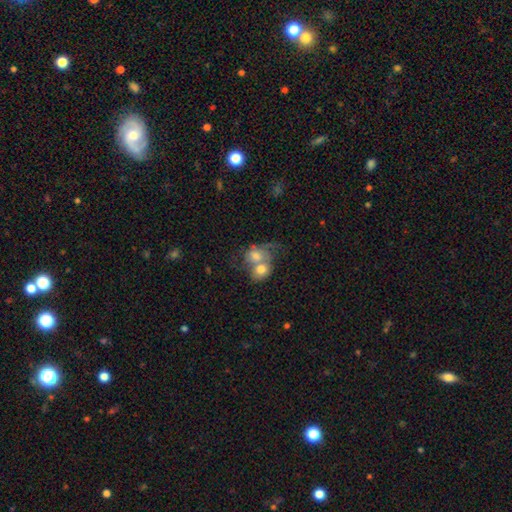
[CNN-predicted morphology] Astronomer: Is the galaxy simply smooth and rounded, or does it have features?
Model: smooth — 57% (runner-up: featured or disk, 35%).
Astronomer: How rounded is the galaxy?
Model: round — 56% (runner-up: in between, 42%).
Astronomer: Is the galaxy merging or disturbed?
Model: merger — 79%.